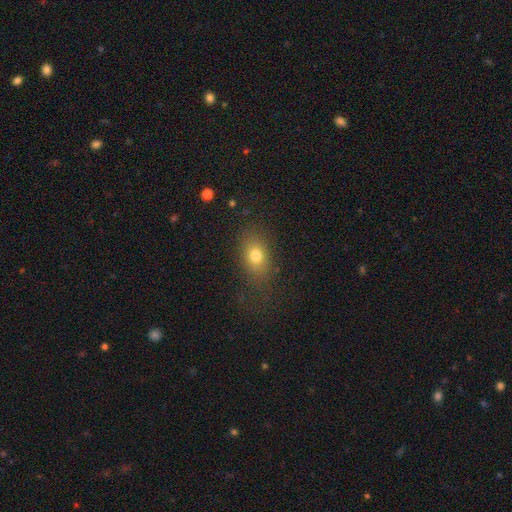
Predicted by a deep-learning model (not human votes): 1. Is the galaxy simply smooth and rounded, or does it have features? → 77% smooth, 12% featured or disk, 12% star or artifact.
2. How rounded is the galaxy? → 73% in between, 23% round, 4% cigar-shaped.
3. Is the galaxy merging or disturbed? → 73% none, 16% minor disturbance, 10% major disturbance, 2% merger.